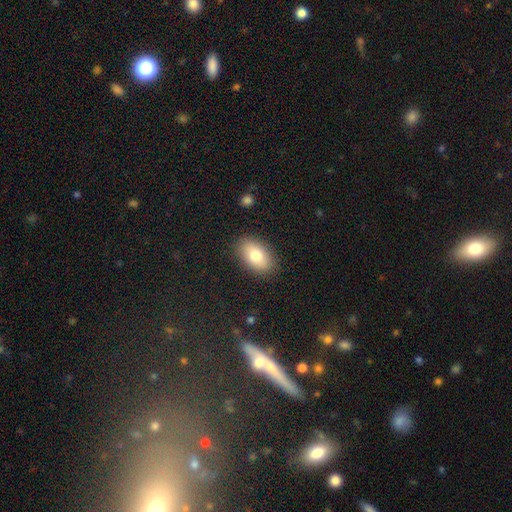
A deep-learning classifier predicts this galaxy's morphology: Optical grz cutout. It shows a smooth galaxy with no disk features (79%) that is in between round and cigar-shaped (92%). Merging: none (86%).